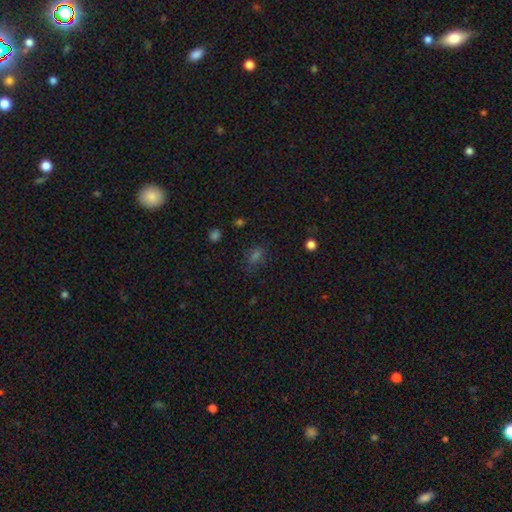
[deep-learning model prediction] This is possibly a smooth galaxy (56%). How rounded: likely in between (63%). Merging: likely none (76%).